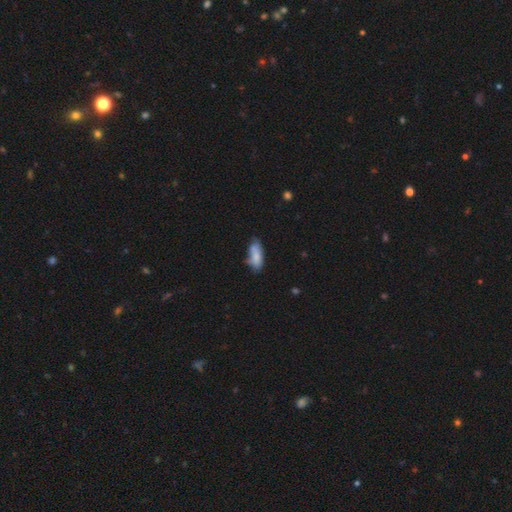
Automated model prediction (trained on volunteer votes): This is likely a smooth galaxy (78%). How rounded: likely in between (73%). Merging: possibly none (53%).